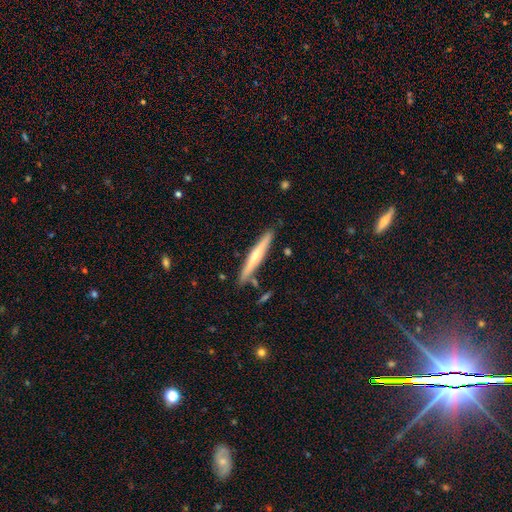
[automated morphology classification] Smooth or featured? featured or disk (52%)
Edge-on disk? yes (96%)
Merging? none (85%)